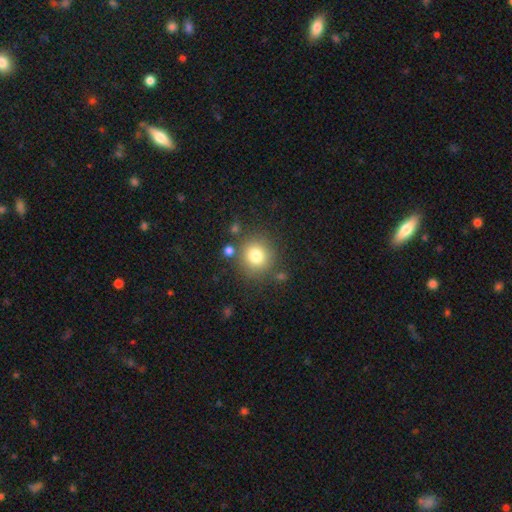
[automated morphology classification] Overall: smooth (79%). How rounded: round (90%). Merging: none (80%).